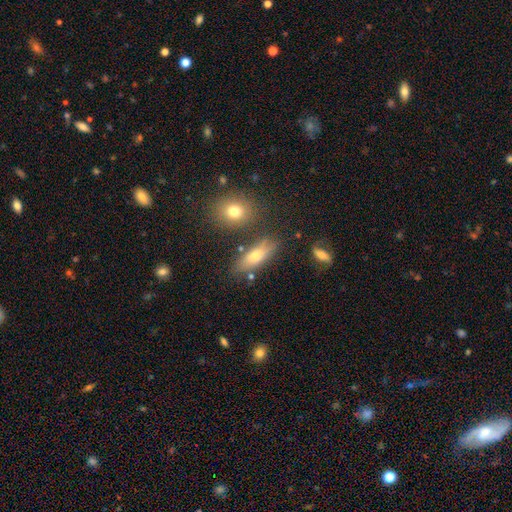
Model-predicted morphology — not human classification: Smooth or featured? Predicted: smooth (p=0.64). How rounded? Predicted: in between (p=0.64). Merging? Predicted: none (p=0.75).